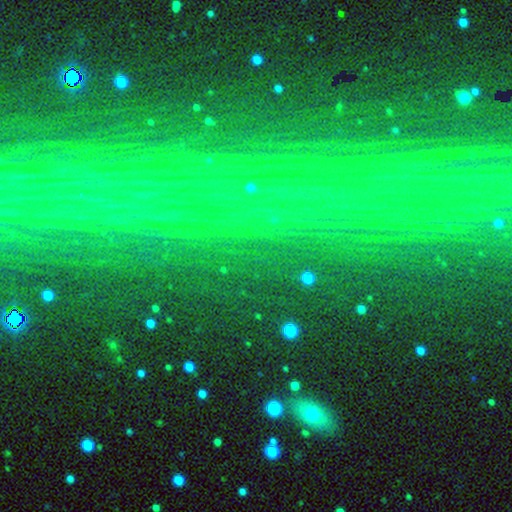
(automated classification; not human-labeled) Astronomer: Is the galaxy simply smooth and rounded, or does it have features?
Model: star or artifact — 84%.